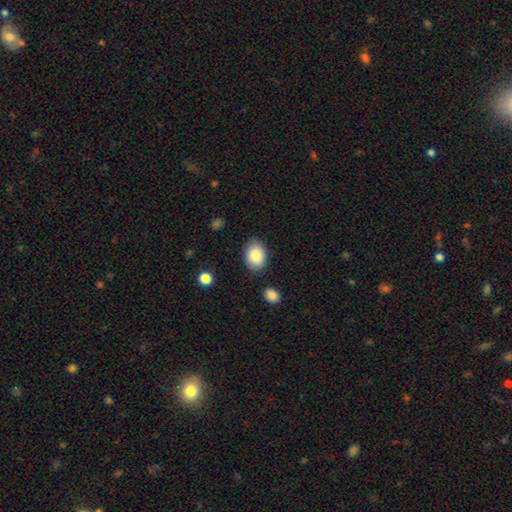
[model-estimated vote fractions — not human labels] A smooth galaxy with no disk features (87%) that is in between round and cigar-shaped (78%).

Vote fractions:
- Smooth or featured? smooth: 87% / star or artifact: 7% / featured or disk: 7%
- How rounded? in between: 78% / round: 21% / cigar-shaped: 1%
- Merging? none: 82% / minor disturbance: 13% / major disturbance: 3% / merger: 3%